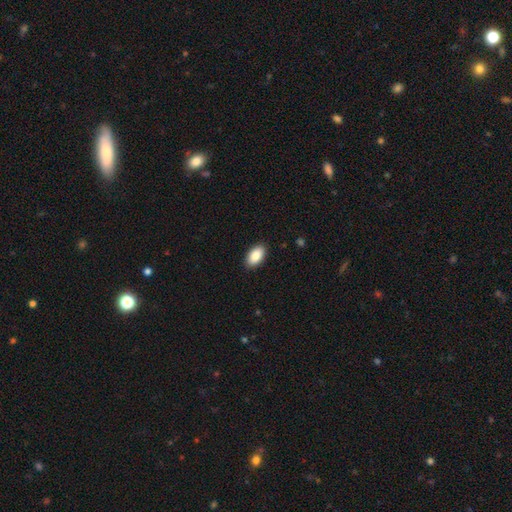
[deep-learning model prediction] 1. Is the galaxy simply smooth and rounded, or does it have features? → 88% smooth, 6% star or artifact, 5% featured or disk.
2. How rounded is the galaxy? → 95% in between, 3% round, 2% cigar-shaped.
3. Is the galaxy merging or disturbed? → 90% none, 7% minor disturbance, 2% major disturbance, 1% merger.